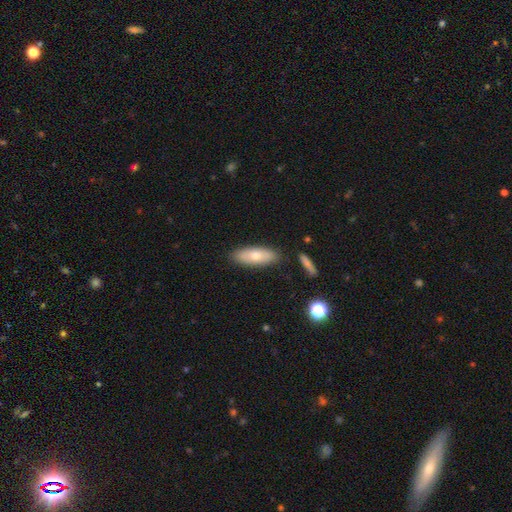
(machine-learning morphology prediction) smooth-or-featured: smooth: 67% | featured or disk: 26% | star or artifact: 7%
  how-rounded: in between: 61% | cigar-shaped: 37% | round: 3%
  merging: none: 84% | minor disturbance: 11% | merger: 3% | major disturbance: 2%